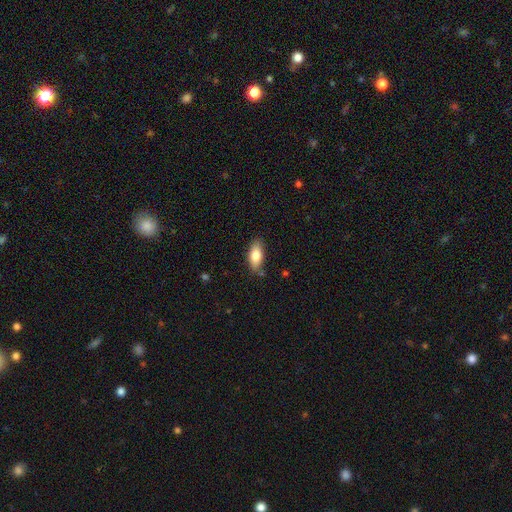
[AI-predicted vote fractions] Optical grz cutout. It shows a smooth galaxy with no disk features (79%) that is in between round and cigar-shaped (86%). Merging: none (79%).